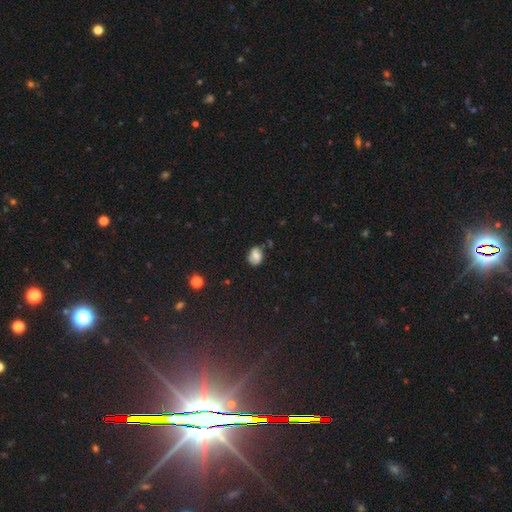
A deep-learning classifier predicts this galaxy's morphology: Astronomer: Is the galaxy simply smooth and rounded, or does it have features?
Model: smooth — 67%.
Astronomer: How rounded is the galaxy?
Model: in between — 59% (runner-up: round, 40%).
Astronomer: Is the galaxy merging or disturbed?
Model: none — 62%.